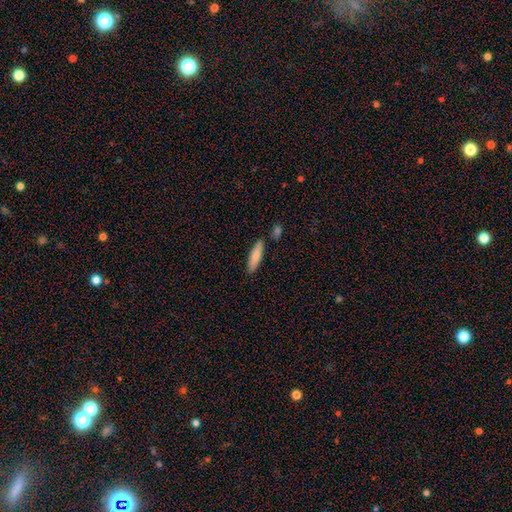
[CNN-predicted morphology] Smooth or featured?
  - smooth: 82% *
  - featured or disk: 13%
  - star or artifact: 6%
How rounded?
  - cigar-shaped: 64% *
  - in between: 35%
  - round: 2%
Merging?
  - none: 82% *
  - minor disturbance: 11%
  - merger: 5%
  - major disturbance: 2%